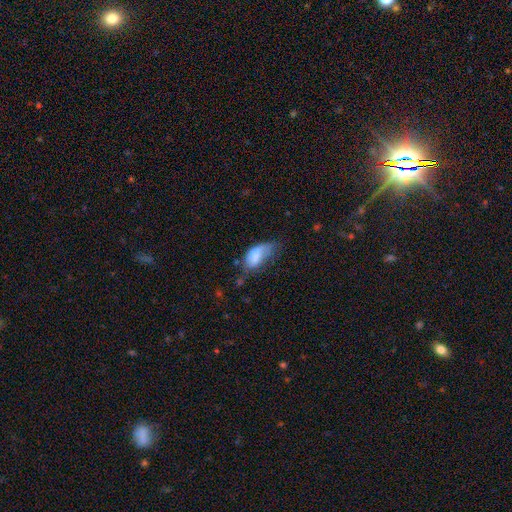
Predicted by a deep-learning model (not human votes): A smooth galaxy with no disk features (75%) that is in between round and cigar-shaped (92%). Merging: minor disturbance (39%).